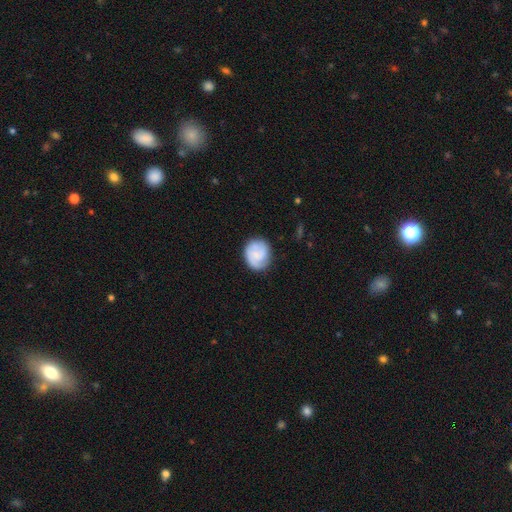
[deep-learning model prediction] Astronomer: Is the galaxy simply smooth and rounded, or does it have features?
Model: featured or disk — 51% (runner-up: smooth, 42%).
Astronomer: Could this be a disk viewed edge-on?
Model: no — 98%.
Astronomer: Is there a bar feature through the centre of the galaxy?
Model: no — 66%.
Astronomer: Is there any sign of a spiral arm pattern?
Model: yes — 90%.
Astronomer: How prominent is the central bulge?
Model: small — 52%.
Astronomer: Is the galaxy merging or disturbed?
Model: none — 74%.